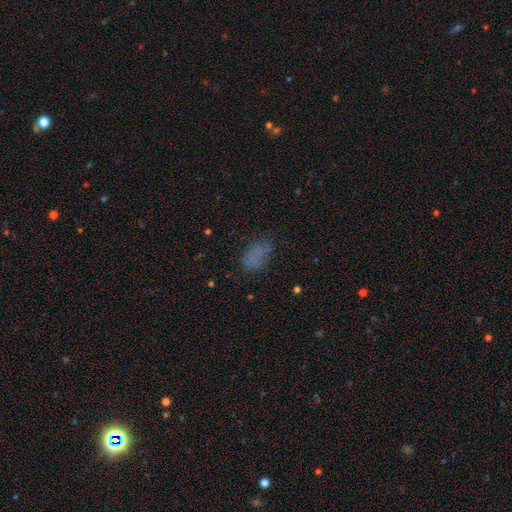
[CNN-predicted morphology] A smooth galaxy with no disk features (68%) that is in between round and cigar-shaped (85%).

Vote fractions:
- Smooth or featured? smooth: 68% / star or artifact: 18% / featured or disk: 14%
- How rounded? in between: 85% / round: 12% / cigar-shaped: 3%
- Merging? none: 62% / minor disturbance: 21% / major disturbance: 13% / merger: 4%